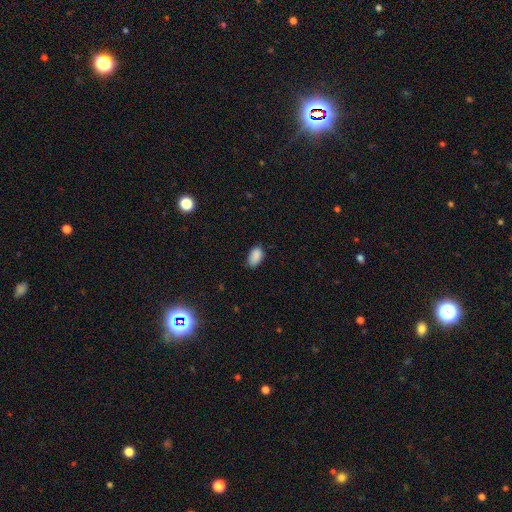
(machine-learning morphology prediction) type=smooth (87%); roundness=in between (92%); merging=none (68%).